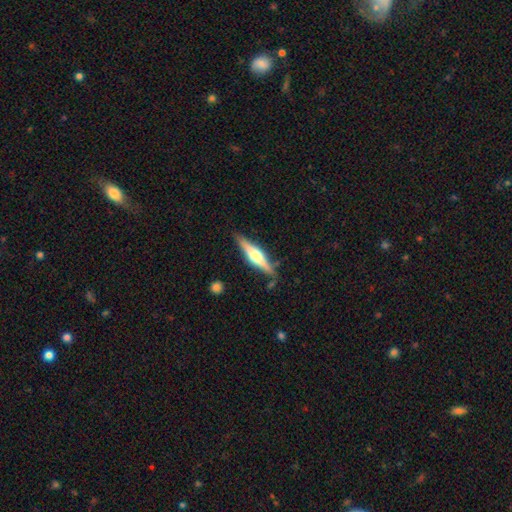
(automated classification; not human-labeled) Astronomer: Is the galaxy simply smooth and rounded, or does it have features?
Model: featured or disk — 67%.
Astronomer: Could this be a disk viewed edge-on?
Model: yes — 96%.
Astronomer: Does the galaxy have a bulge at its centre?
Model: rounded — 90%.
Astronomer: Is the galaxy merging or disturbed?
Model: none — 82%.